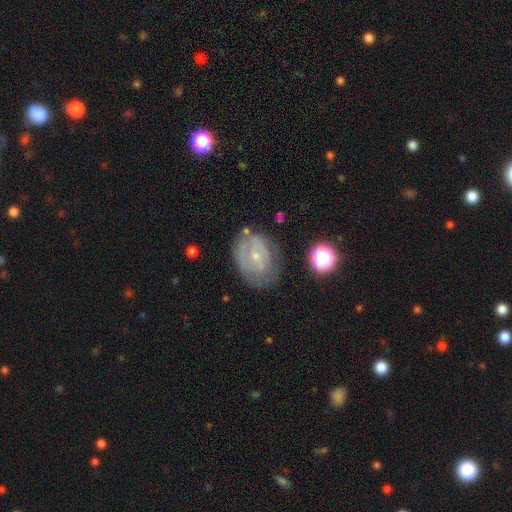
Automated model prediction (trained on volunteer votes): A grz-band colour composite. It shows a featured or disk galaxy (62%) with no bar (62%), spiral arms (70%) and a small central bulge (78%). Merging: none (61%).